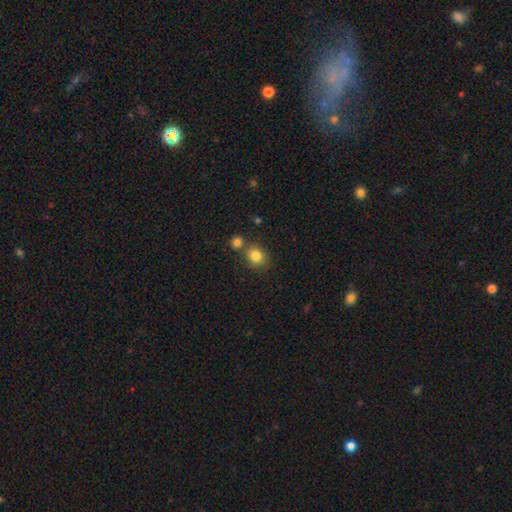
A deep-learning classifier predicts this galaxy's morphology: A smooth galaxy with no disk features (83%) that is round (81%). Merging: none (69%).